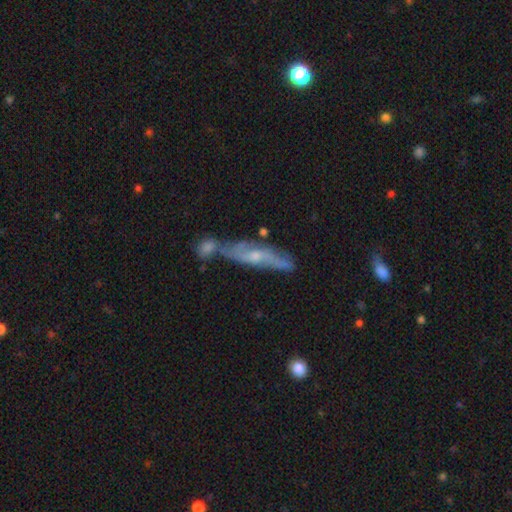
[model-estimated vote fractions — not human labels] Smooth or featured?
  - featured or disk: 70% *
  - smooth: 23%
  - star or artifact: 7%
Edge-on disk?
  - yes: 54% *
  - no: 46%
Merging?
  - none: 48% *
  - merger: 27%
  - minor disturbance: 18%
  - major disturbance: 6%